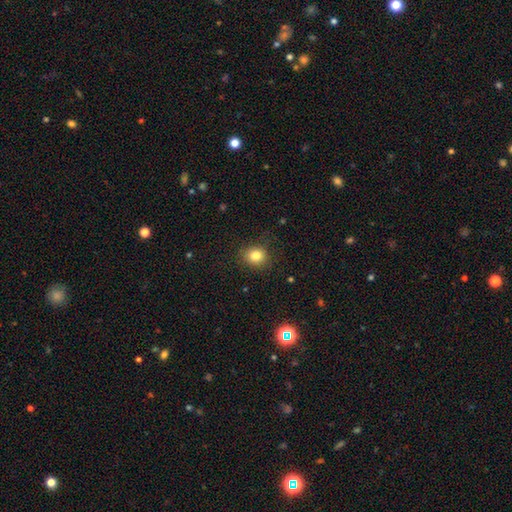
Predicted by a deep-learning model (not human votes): Smooth or featured?
  - smooth: 82% *
  - star or artifact: 12%
  - featured or disk: 6%
How rounded?
  - round: 80% *
  - in between: 19%
  - cigar-shaped: 1%
Merging?
  - none: 85% *
  - minor disturbance: 10%
  - major disturbance: 3%
  - merger: 1%